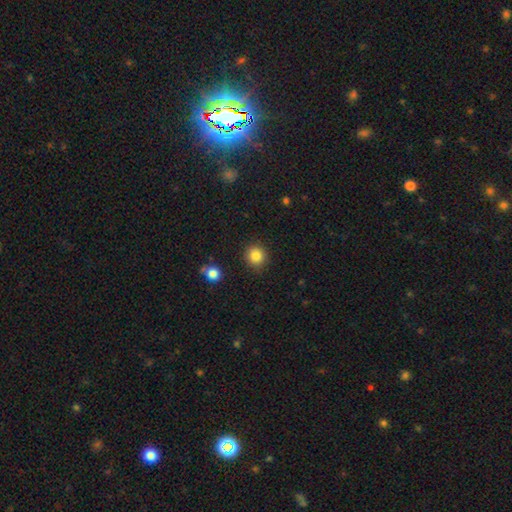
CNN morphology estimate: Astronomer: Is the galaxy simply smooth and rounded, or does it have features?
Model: smooth — 85%.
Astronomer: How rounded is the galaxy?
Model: round — 91%.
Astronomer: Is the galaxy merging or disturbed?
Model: none — 89%.